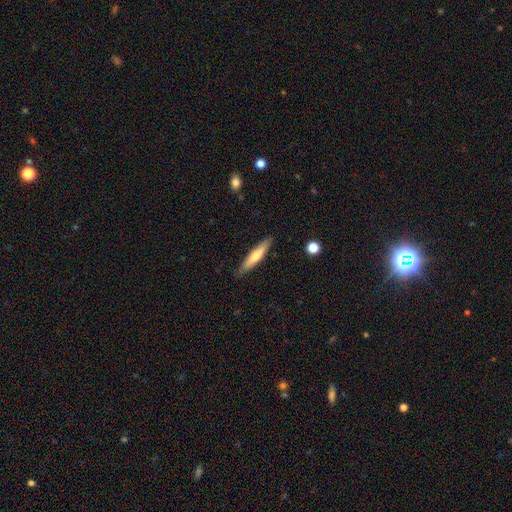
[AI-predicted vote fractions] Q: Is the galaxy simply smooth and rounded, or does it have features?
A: smooth — 59%.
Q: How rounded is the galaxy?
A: cigar-shaped — 90%.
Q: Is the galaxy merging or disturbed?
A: none — 87%.